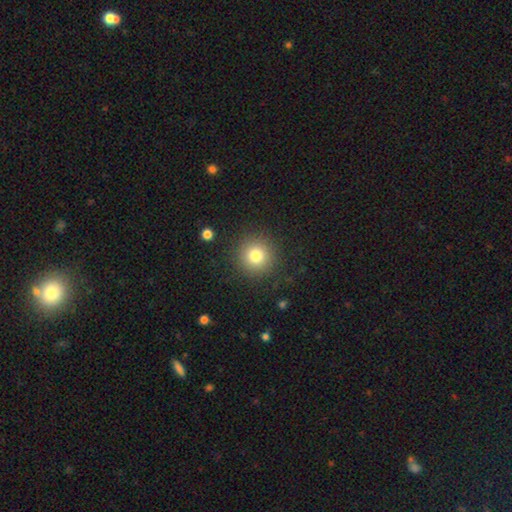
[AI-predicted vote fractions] Q: Smooth or featured?
A: smooth (79%); runner-up: star or artifact (12%)
Q: How rounded?
A: round (95%); runner-up: in between (4%)
Q: Merging?
A: none (89%); runner-up: minor disturbance (7%)